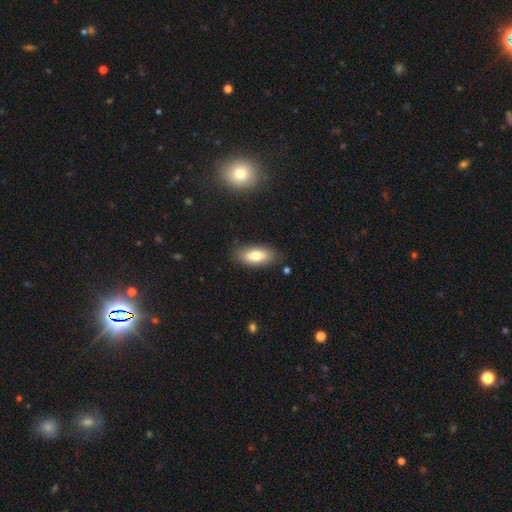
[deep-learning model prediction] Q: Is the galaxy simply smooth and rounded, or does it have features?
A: smooth — 75%.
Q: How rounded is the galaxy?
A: in between — 88%.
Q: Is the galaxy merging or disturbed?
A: none — 83%.